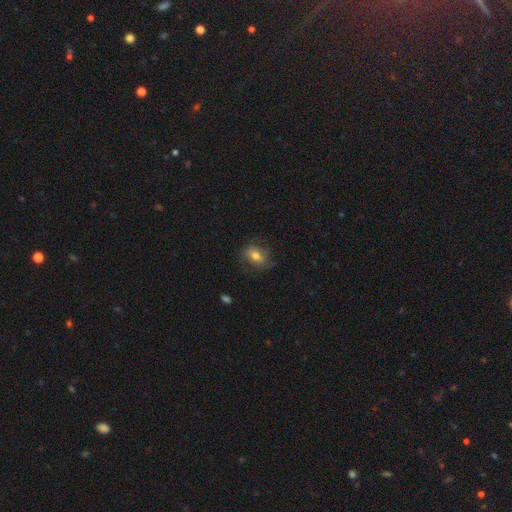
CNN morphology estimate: Smooth or featured: smooth — 59% (featured or disk — 31%)
How rounded: in between — 62% (round — 36%)
Merging: none — 66% (minor disturbance — 22%)